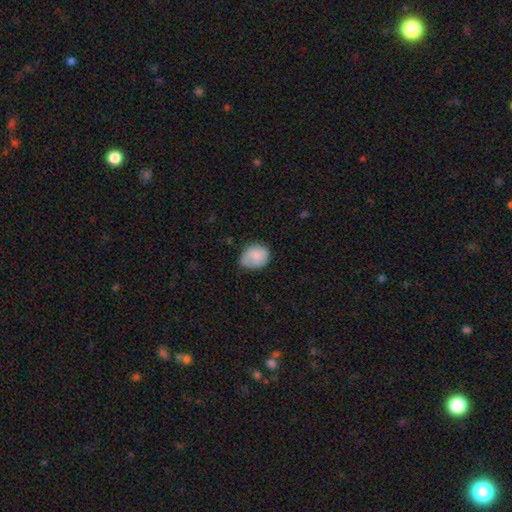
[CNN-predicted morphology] A smooth galaxy with no disk features (81%) that is round (53%).

Vote fractions:
- Smooth or featured? smooth: 81% / featured or disk: 11% / star or artifact: 7%
- How rounded? round: 53% / in between: 46% / cigar-shaped: 1%
- Merging? none: 53% / minor disturbance: 35% / major disturbance: 8% / merger: 3%